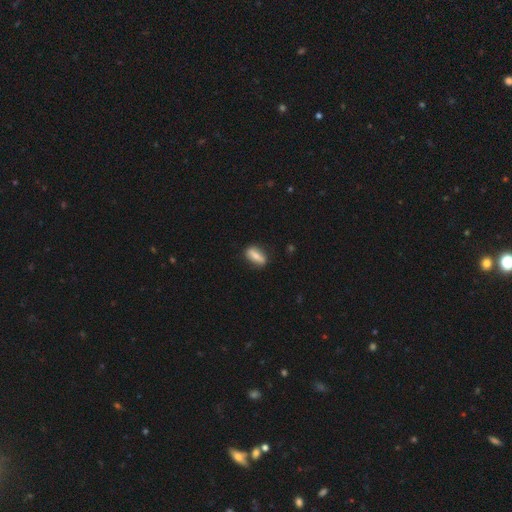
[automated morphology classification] smooth 65%, featured or disk 28%, star or artifact 7%. Down the decision tree: how rounded — in between (67%); merging — none (84%).